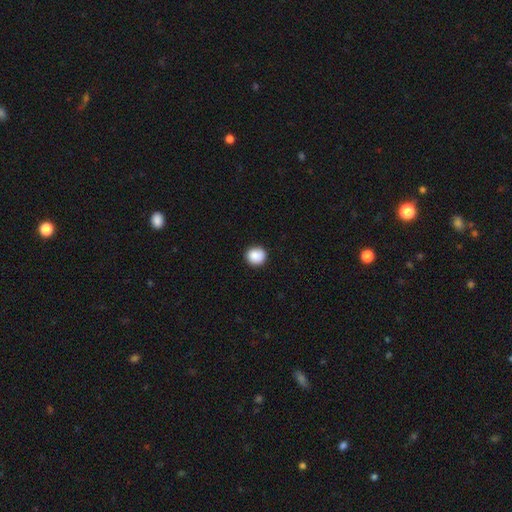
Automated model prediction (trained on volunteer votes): Smooth or featured?
  - smooth: 88% *
  - star or artifact: 8%
  - featured or disk: 4%
How rounded?
  - round: 91% *
  - in between: 8%
  - cigar-shaped: 1%
Merging?
  - none: 89% *
  - minor disturbance: 8%
  - major disturbance: 2%
  - merger: 1%